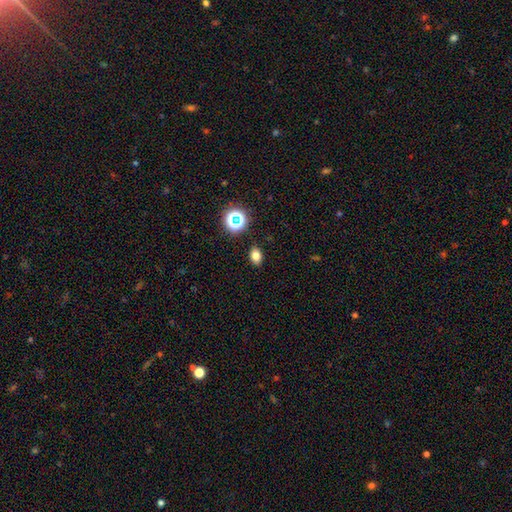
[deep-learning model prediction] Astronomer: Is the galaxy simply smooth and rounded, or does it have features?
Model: smooth — 76%.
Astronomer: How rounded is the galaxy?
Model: in between — 78%.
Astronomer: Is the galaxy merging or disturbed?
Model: none — 88%.